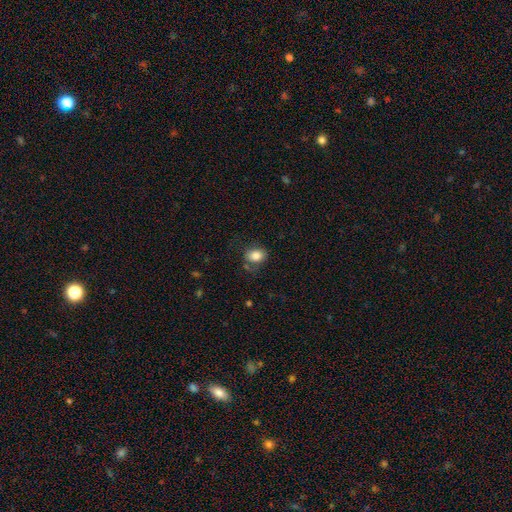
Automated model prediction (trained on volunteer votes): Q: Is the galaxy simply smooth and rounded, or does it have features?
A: smooth — 83%.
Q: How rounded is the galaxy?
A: in between — 59%.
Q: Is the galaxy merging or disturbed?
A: none — 67%.